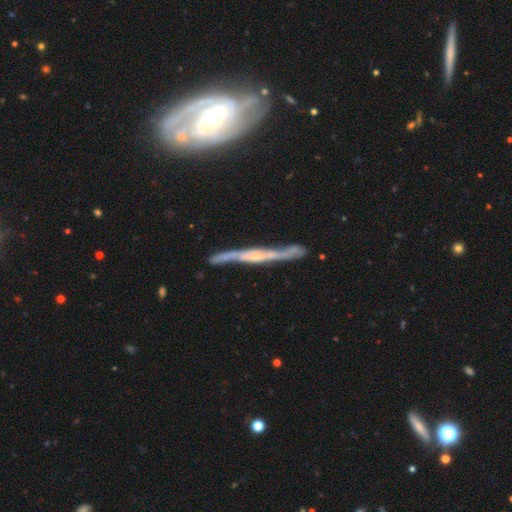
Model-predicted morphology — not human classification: This is clearly a featured or disk galaxy (83%). It is clearly viewed edge-on (80%). Edge-on bulge: marginally none (44%). Merging: likely none (72%).